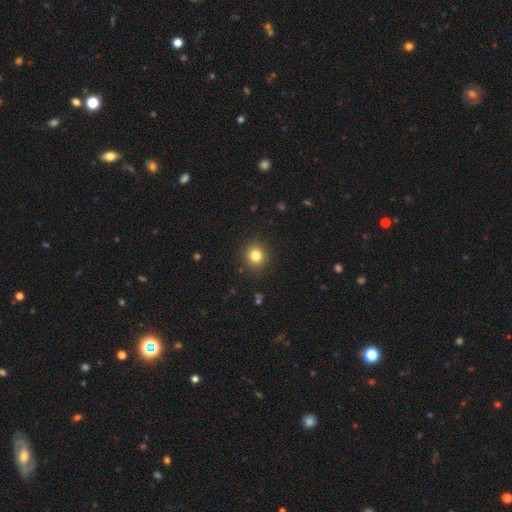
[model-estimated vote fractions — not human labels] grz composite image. It shows a smooth galaxy with no disk features (81%) that is round (90%). Merging: none (91%).